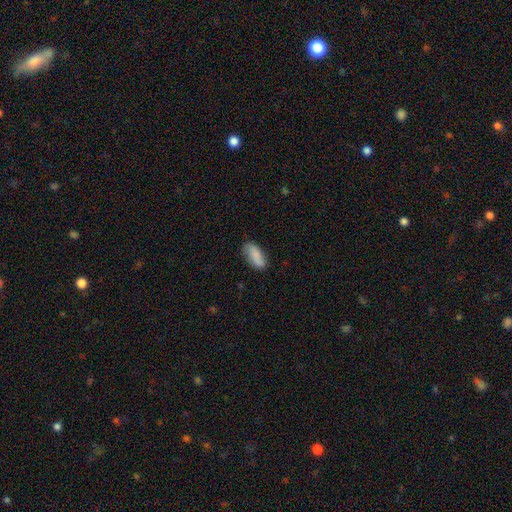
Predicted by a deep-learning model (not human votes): smooth_or_featured: smooth (p=0.81) [alt: featured or disk p=0.12]
how_rounded: in between (p=0.84) [alt: cigar-shaped p=0.14]
merging: none (p=0.75) [alt: minor disturbance p=0.19]